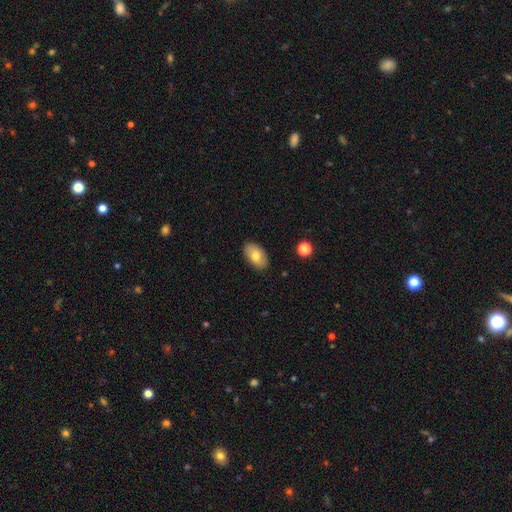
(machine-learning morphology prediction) Overall: smooth (75%). How rounded: in between (93%). Merging: none (87%).